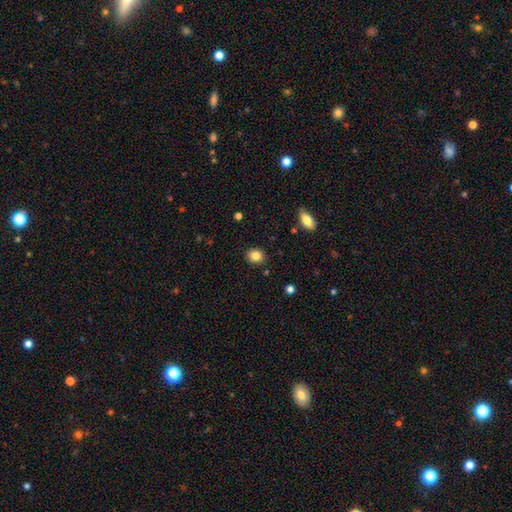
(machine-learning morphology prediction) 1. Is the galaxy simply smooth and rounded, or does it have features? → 85% smooth, 10% star or artifact, 6% featured or disk.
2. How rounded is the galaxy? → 66% round, 33% in between, 1% cigar-shaped.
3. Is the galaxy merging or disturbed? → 89% none, 8% minor disturbance, 2% major disturbance, 2% merger.